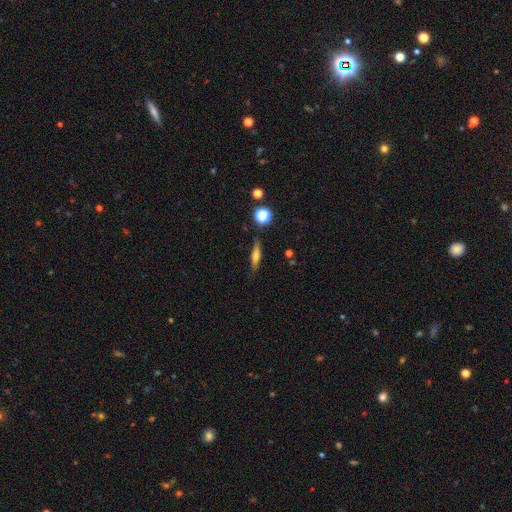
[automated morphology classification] A smooth galaxy with no disk features (53%) that is cigar-shaped (75%).

Vote fractions:
- Smooth or featured? smooth: 53% / featured or disk: 37% / star or artifact: 10%
- How rounded? cigar-shaped: 75% / in between: 21% / round: 4%
- Merging? none: 82% / minor disturbance: 13% / major disturbance: 3% / merger: 2%